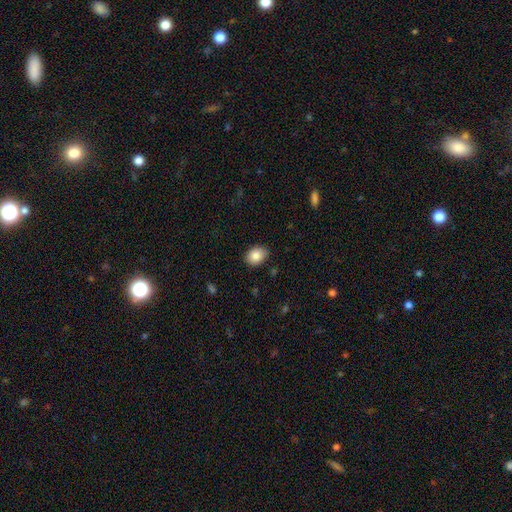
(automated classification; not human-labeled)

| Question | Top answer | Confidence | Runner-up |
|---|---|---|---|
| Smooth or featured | smooth | 86% | star or artifact (8%) |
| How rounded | in between | 58% | round (41%) |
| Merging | none | 83% | minor disturbance (13%) |